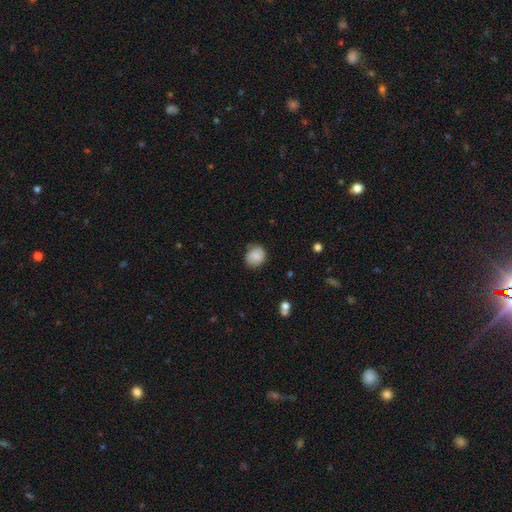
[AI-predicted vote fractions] smooth-or-featured: smooth: 81% | featured or disk: 11% | star or artifact: 8%
  how-rounded: round: 71% | in between: 28% | cigar-shaped: 1%
  merging: none: 77% | minor disturbance: 18% | major disturbance: 4% | merger: 1%